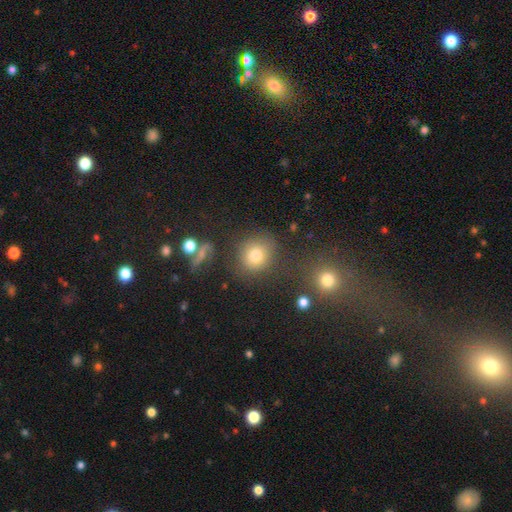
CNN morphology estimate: Overall: smooth (76%). How rounded: round (83%). Merging: none (75%).